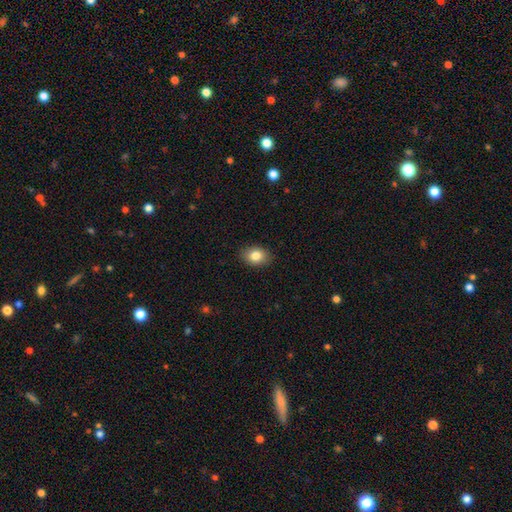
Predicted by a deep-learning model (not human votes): This appears to be a smooth galaxy with no disk features (83%) that is in between round and cigar-shaped (71%). Merging: none (88%).